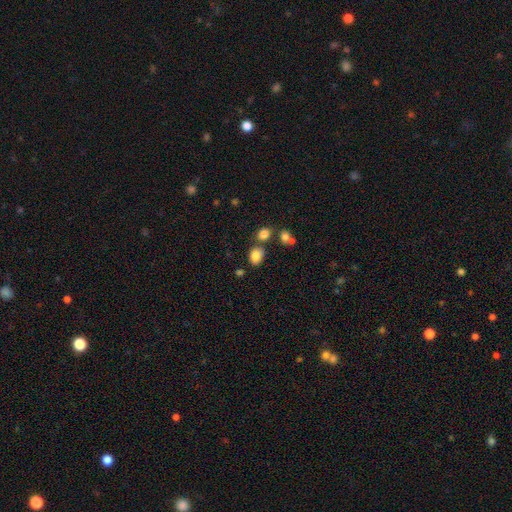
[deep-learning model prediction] The model was most divided on "how rounded": in between: 54%, round: 45%, cigar-shaped: 1%. More confident: smooth or featured — smooth (84%); merging — none (70%).